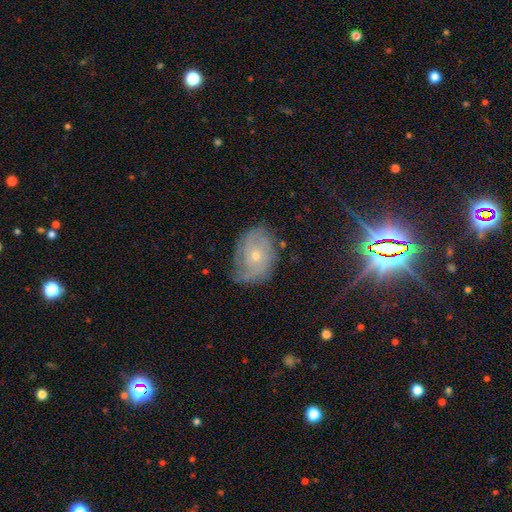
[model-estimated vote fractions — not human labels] Smooth or featured? featured or disk (69%)
Edge-on disk? no (96%)
Bar? no (82%)
Spiral arms? yes (85%)
Spiral winding? tight (58%)
Spiral arm count? can't tell (45%)
Bulge size? small (63%)
Merging? none (63%)